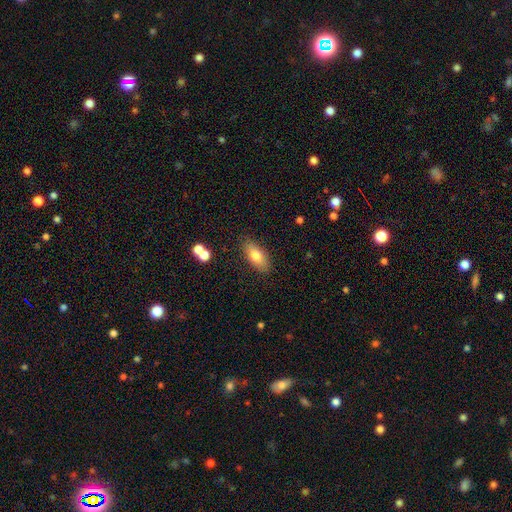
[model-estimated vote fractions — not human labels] A smooth galaxy with no disk features (75%) that is in between round and cigar-shaped (82%). Merging: none (84%).